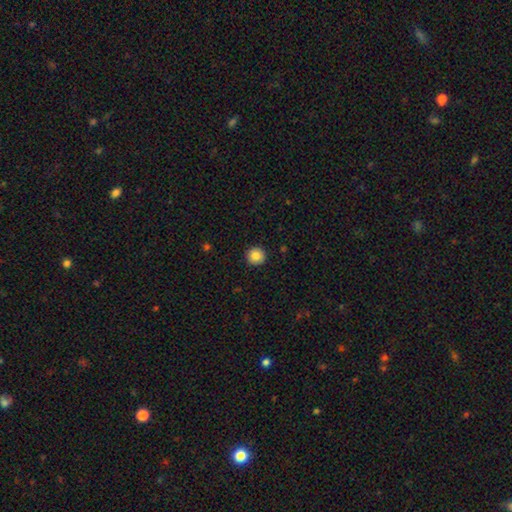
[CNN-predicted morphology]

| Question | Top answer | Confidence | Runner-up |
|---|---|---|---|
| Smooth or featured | smooth | 84% | star or artifact (9%) |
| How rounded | round | 95% | in between (4%) |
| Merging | none | 93% | minor disturbance (5%) |